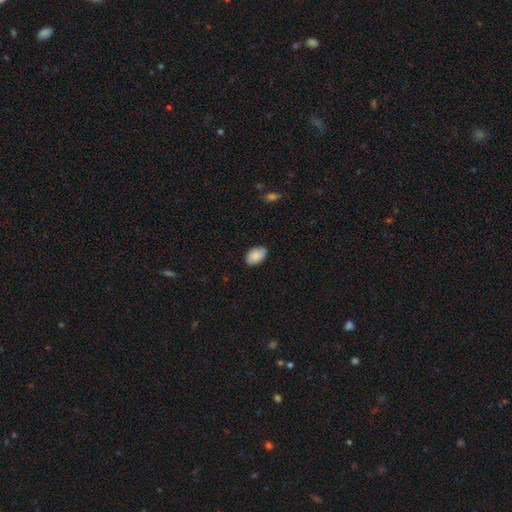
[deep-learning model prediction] Q: Smooth or featured?
A: smooth (85%); runner-up: featured or disk (8%)
Q: How rounded?
A: in between (90%); runner-up: round (9%)
Q: Merging?
A: none (81%); runner-up: minor disturbance (16%)